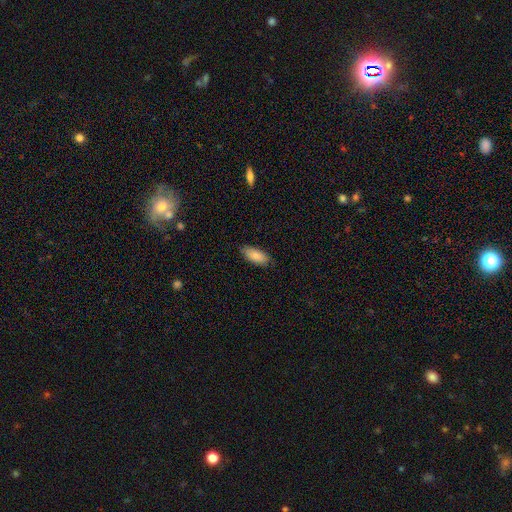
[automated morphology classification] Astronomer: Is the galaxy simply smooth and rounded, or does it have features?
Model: smooth — 85%.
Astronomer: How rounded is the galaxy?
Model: in between — 87%.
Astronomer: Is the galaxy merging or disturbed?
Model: none — 83%.